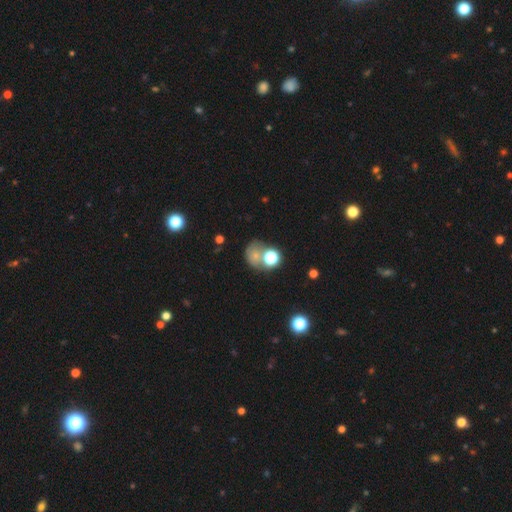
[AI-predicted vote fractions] A smooth galaxy with no disk features (60%) that is round (64%). Merging: none (43%).